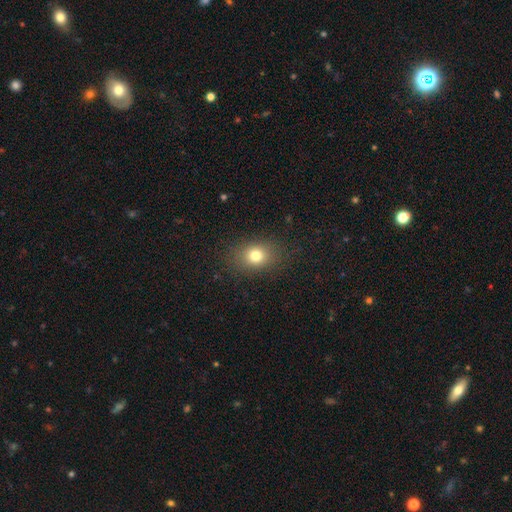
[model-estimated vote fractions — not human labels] Smooth or featured: smooth — 77% (star or artifact — 14%)
How rounded: in between — 52% (round — 46%)
Merging: none — 85% (minor disturbance — 9%)